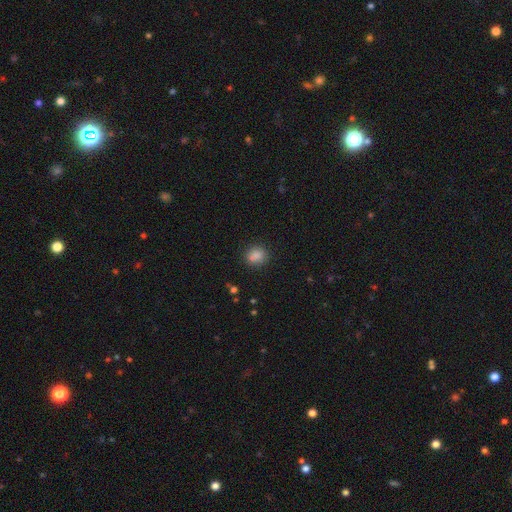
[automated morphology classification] Smooth or featured? smooth (85%)
How rounded? round (66%)
Merging? none (81%)